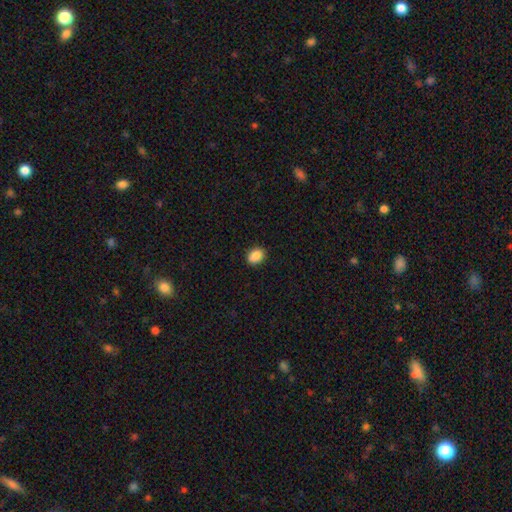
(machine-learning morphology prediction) Overall: smooth (88%). How rounded: in between (64%; round 35%). Merging: none (87%).